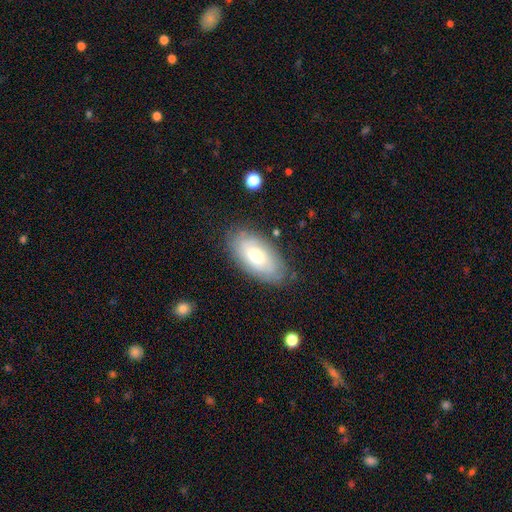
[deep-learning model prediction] This appears to be a smooth galaxy with no disk features (55%) that is in between round and cigar-shaped (93%). Merging: none (80%).